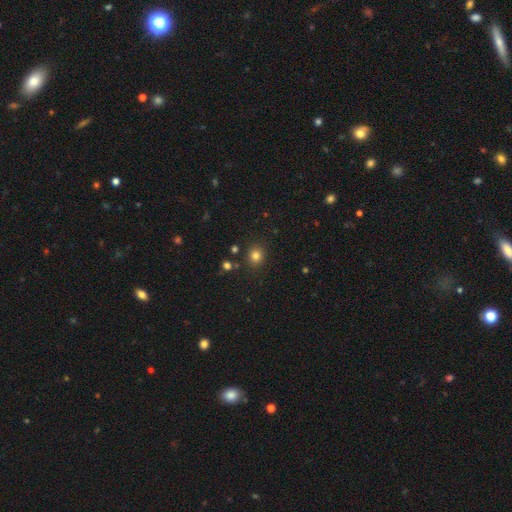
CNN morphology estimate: This appears to be a smooth galaxy with no disk features (79%) that is round (80%). Merging: none (87%).